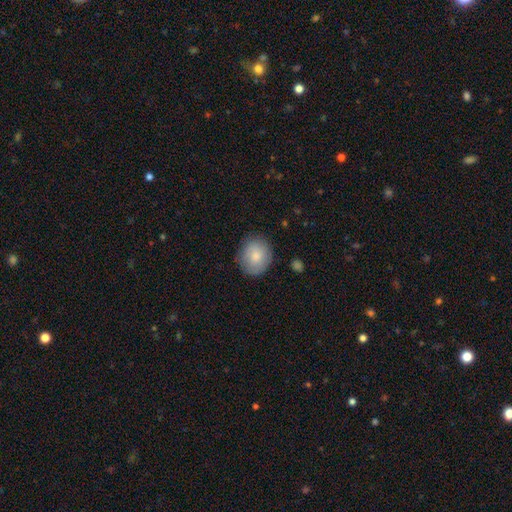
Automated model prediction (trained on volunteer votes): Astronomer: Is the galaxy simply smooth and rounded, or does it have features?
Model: smooth — 81%.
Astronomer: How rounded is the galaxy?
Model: round — 75%.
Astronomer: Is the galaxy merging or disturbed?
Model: none — 82%.